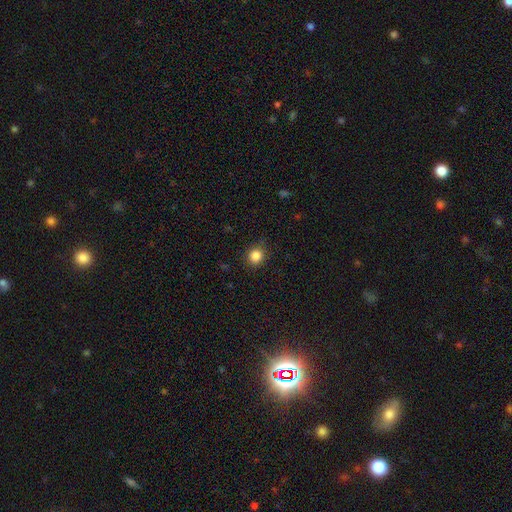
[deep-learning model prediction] Smooth or featured?
  - smooth: 85% *
  - star or artifact: 11%
  - featured or disk: 4%
How rounded?
  - round: 85% *
  - in between: 14%
  - cigar-shaped: 1%
Merging?
  - none: 86% *
  - minor disturbance: 10%
  - major disturbance: 3%
  - merger: 1%